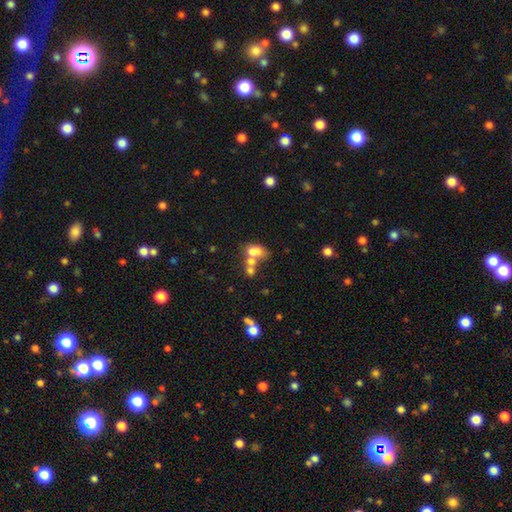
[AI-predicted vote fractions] This is likely a smooth galaxy (63%). How rounded: likely in between (75%). Merging: possibly merger (55%).